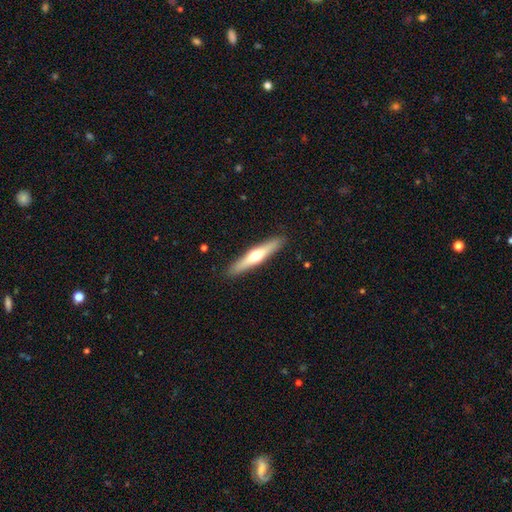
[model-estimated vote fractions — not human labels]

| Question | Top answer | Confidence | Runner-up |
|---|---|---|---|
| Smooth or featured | featured or disk | 53% | smooth (42%) |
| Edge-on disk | yes | 94% | no (6%) |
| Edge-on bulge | rounded | 91% | none (6%) |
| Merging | none | 90% | minor disturbance (7%) |